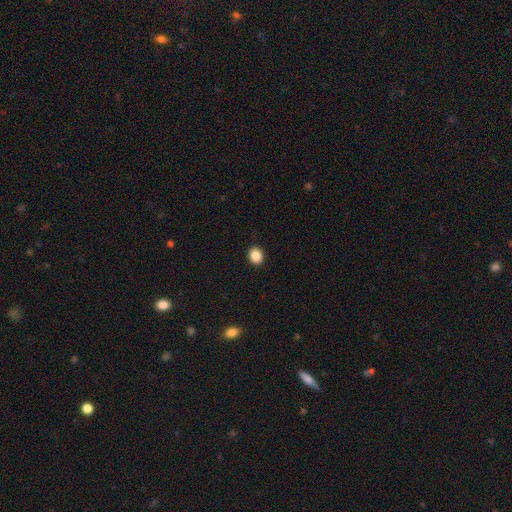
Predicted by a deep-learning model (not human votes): Overall: smooth (88%). How rounded: round (57%; in between 42%). Merging: none (92%).